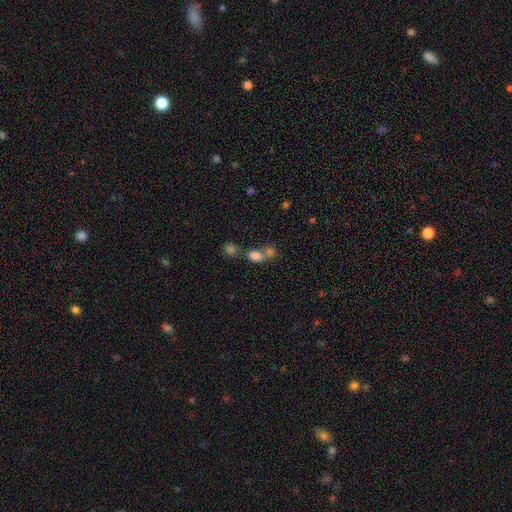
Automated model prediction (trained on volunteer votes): This appears to be a smooth galaxy with no disk features (78%) that is in between round and cigar-shaped (76%). Merging: merger (54%).